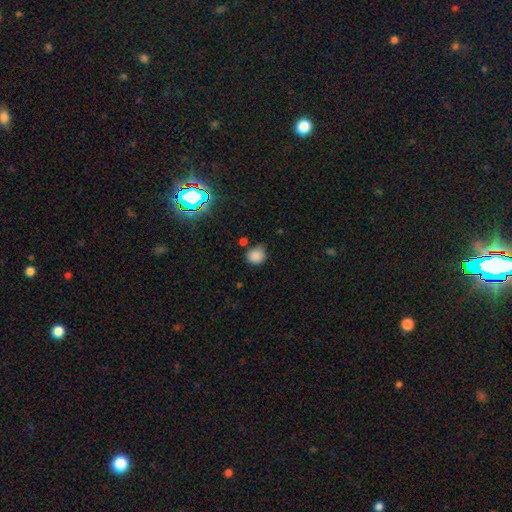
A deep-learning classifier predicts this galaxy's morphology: Smooth or featured: smooth — 84% (star or artifact — 12%)
How rounded: round — 81% (in between — 18%)
Merging: none — 70% (minor disturbance — 19%)